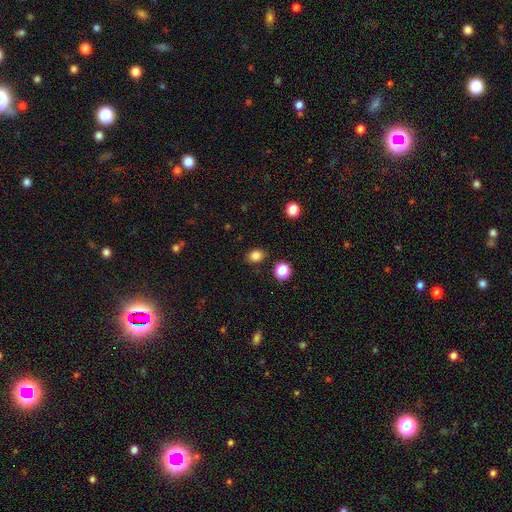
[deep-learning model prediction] Smooth or featured?
  - smooth: 84% *
  - star or artifact: 12%
  - featured or disk: 4%
How rounded?
  - in between: 51% *
  - round: 48%
  - cigar-shaped: 1%
Merging?
  - none: 84% *
  - minor disturbance: 10%
  - merger: 3%
  - major disturbance: 3%